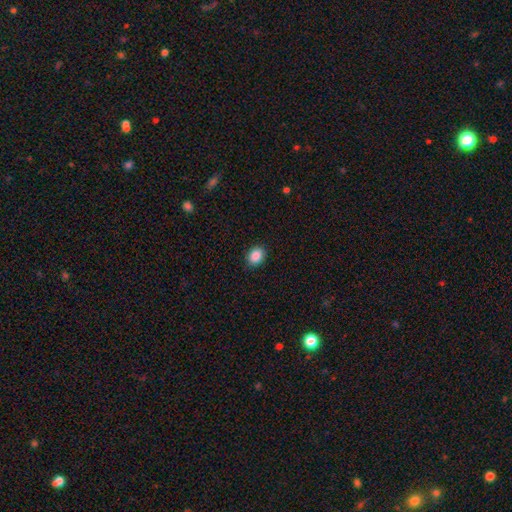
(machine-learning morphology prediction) A smooth galaxy with no disk features (89%) that is in between round and cigar-shaped (57%). Merging: none (90%).